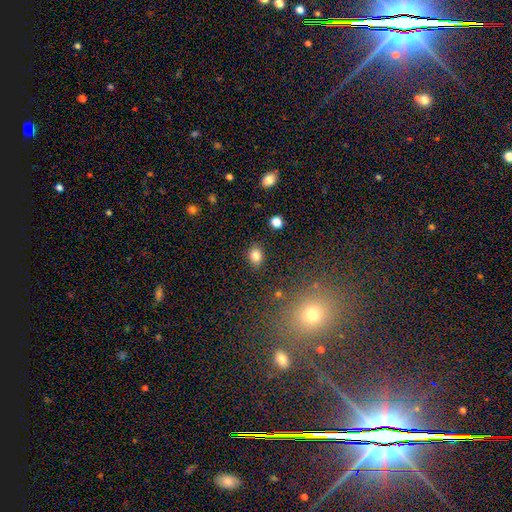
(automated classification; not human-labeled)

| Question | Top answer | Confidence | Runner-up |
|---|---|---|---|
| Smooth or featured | smooth | 82% | star or artifact (11%) |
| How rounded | in between | 59% | round (40%) |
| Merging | none | 86% | minor disturbance (9%) |